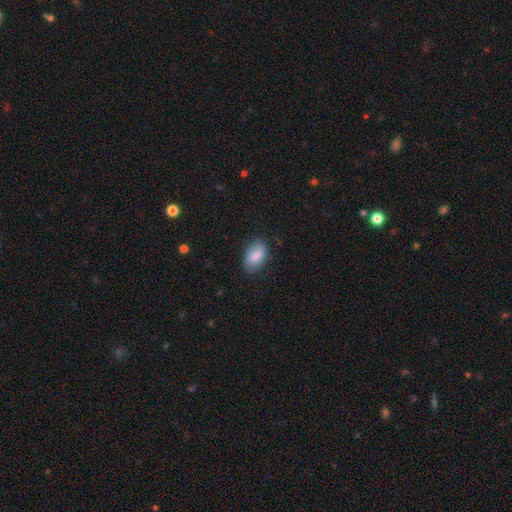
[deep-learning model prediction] Smooth or featured? Predicted: smooth (p=0.83). How rounded? Predicted: in between (p=0.92). Merging? Predicted: none (p=0.79).